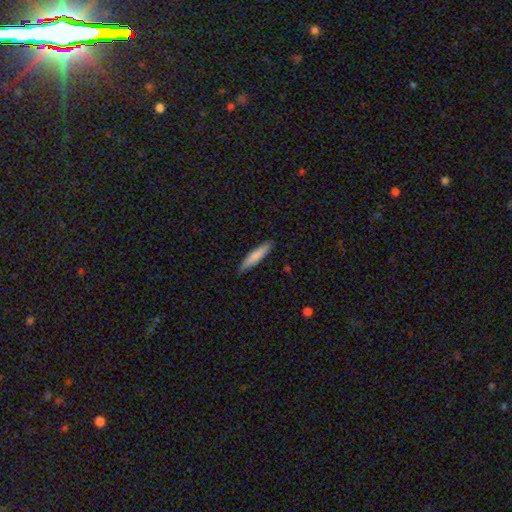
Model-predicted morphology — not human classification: A smooth galaxy with no disk features (78%) that is cigar-shaped (89%).

Vote fractions:
- Smooth or featured? smooth: 78% / featured or disk: 16% / star or artifact: 6%
- How rounded? cigar-shaped: 89% / in between: 10% / round: 1%
- Merging? none: 88% / minor disturbance: 9% / major disturbance: 2% / merger: 1%